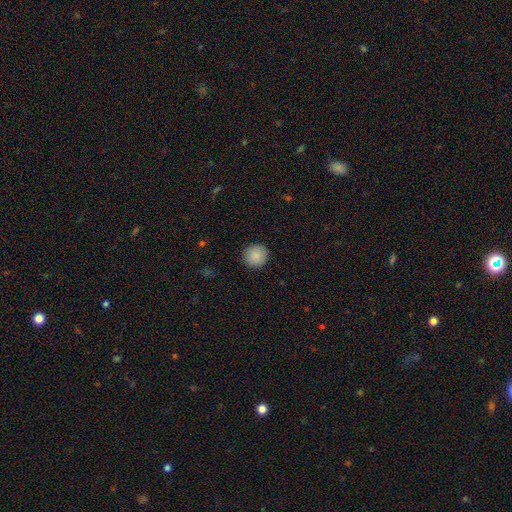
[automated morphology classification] This is clearly a smooth galaxy (89%). How rounded: clearly round (94%). Merging: clearly none (92%).